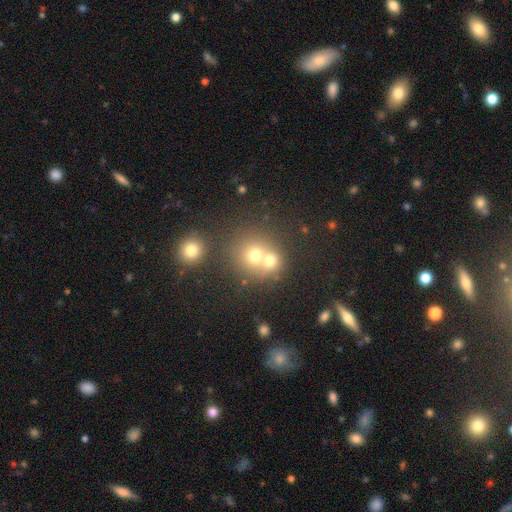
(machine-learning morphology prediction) smooth-or-featured: smooth: 67% | star or artifact: 17% | featured or disk: 17%
  how-rounded: round: 84% | in between: 15% | cigar-shaped: 1%
  merging: merger: 48% | none: 42% | minor disturbance: 6% | major disturbance: 3%